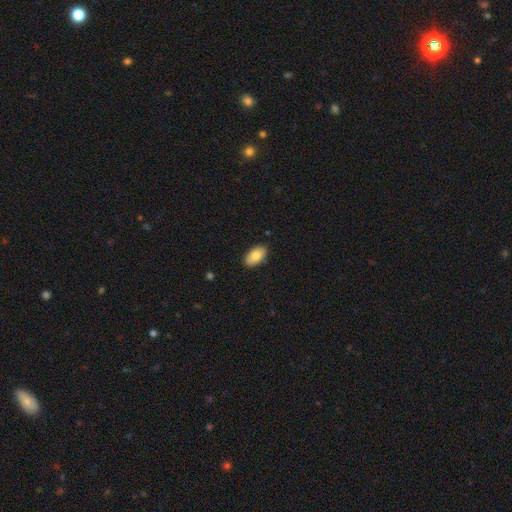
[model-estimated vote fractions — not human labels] Smooth or featured: smooth — 81% (featured or disk — 13%)
How rounded: in between — 95% (round — 4%)
Merging: none — 88% (minor disturbance — 9%)